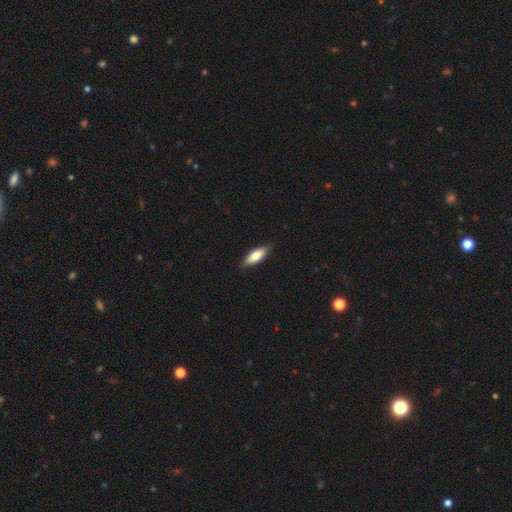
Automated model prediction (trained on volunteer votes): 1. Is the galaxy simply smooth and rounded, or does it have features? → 71% smooth, 23% featured or disk, 6% star or artifact.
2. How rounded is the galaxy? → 66% in between, 31% cigar-shaped, 2% round.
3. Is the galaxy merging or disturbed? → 87% none, 10% minor disturbance, 2% major disturbance, 1% merger.